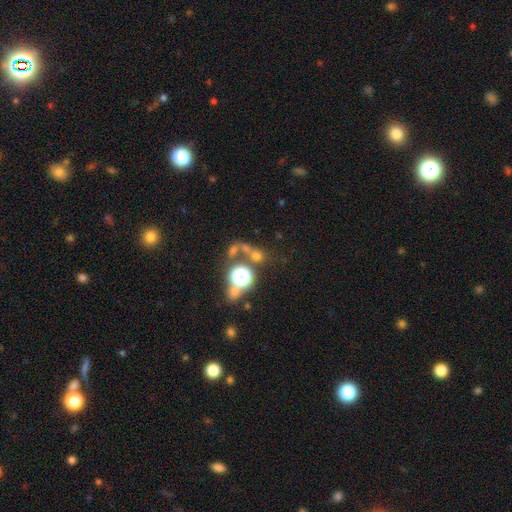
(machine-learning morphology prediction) This is possibly a smooth galaxy (47%). Merging: possibly none (48%).